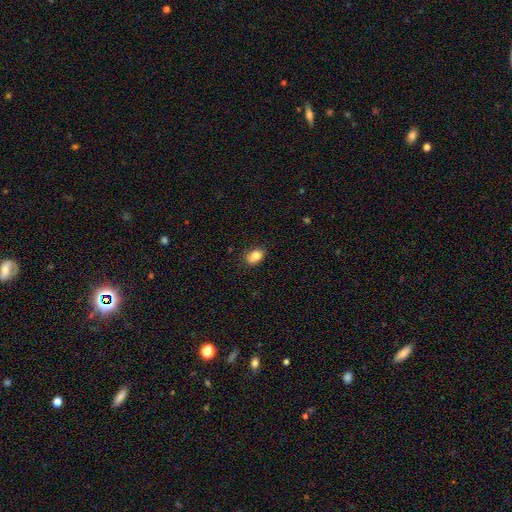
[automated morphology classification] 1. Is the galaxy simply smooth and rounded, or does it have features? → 80% smooth, 10% featured or disk, 10% star or artifact.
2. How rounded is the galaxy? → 77% in between, 21% round, 2% cigar-shaped.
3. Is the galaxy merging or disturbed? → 65% none, 25% minor disturbance, 5% major disturbance, 4% merger.